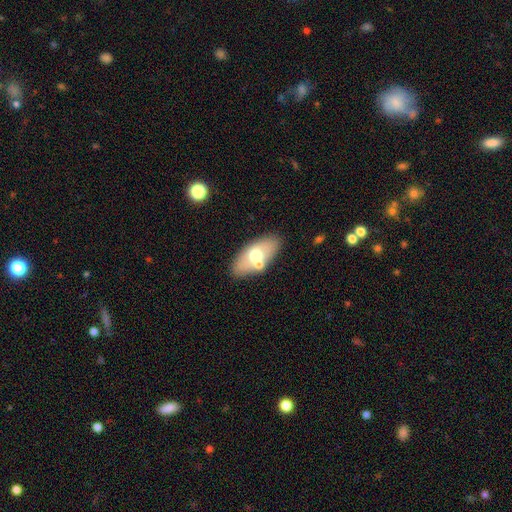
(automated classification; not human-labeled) smooth-or-featured: smooth: 59% | featured or disk: 33% | star or artifact: 8%
  how-rounded: in between: 89% | cigar-shaped: 6% | round: 5%
  merging: none: 72% | merger: 13% | minor disturbance: 11% | major disturbance: 4%